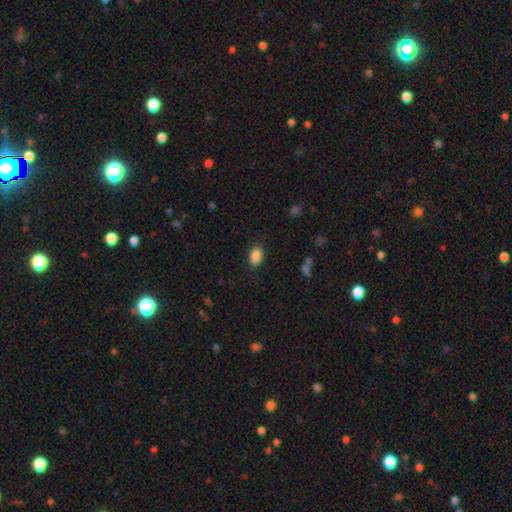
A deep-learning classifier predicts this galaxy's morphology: Overall: smooth (88%). How rounded: in between (89%). Merging: none (85%).